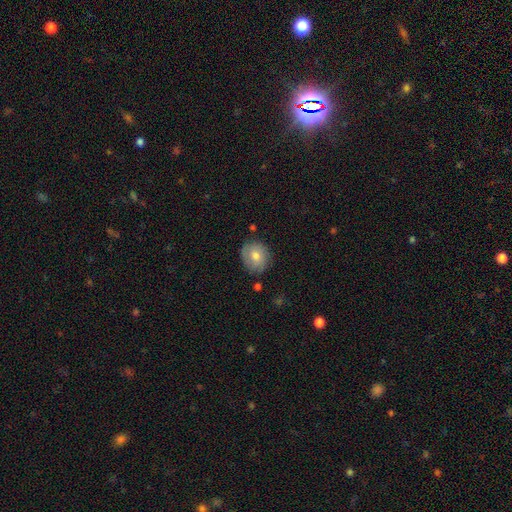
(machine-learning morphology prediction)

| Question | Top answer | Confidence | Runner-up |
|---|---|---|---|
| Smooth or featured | smooth | 62% | featured or disk (29%) |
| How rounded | round | 78% | in between (21%) |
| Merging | none | 77% | minor disturbance (17%) |